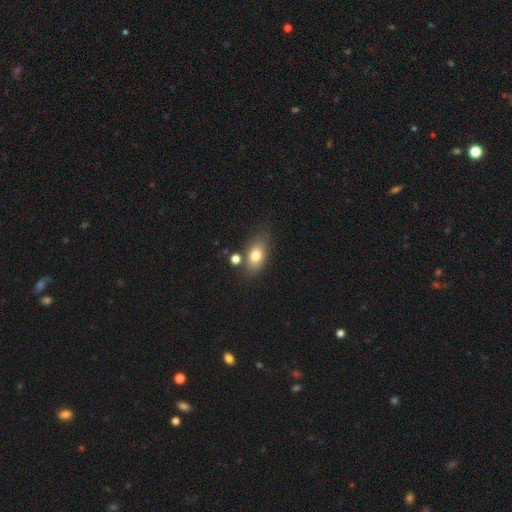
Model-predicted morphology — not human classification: Smooth or featured? Predicted: smooth (p=0.75). How rounded? Predicted: in between (p=0.82). Merging? Predicted: none (p=0.69).